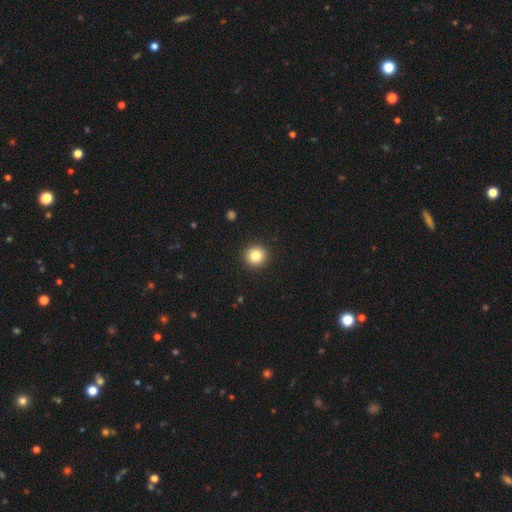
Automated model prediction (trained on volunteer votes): This appears to be a smooth galaxy with no disk features (83%) that is round (93%). Merging: none (93%).